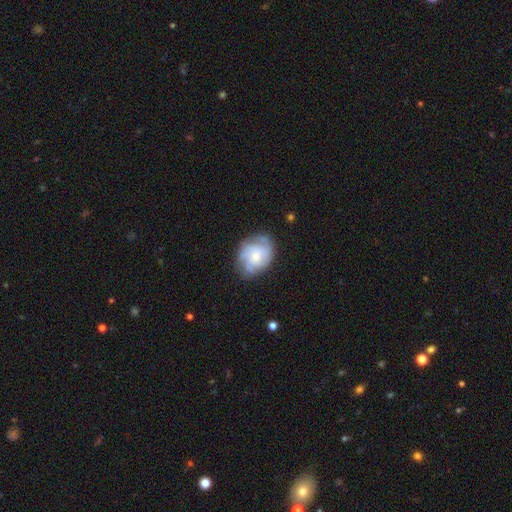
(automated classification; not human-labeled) Q: Smooth or featured?
A: featured or disk (70%); runner-up: smooth (23%)
Q: Edge-on disk?
A: no (98%); runner-up: yes (2%)
Q: Bar?
A: no (78%); runner-up: weak (20%)
Q: Spiral arms?
A: yes (89%); runner-up: no (11%)
Q: Spiral winding?
A: tight (52%); runner-up: medium (36%)
Q: Spiral arm count?
A: can't tell (36%); runner-up: 3 (24%)
Q: Bulge size?
A: small (55%); runner-up: moderate (38%)
Q: Merging?
A: none (67%); runner-up: minor disturbance (22%)